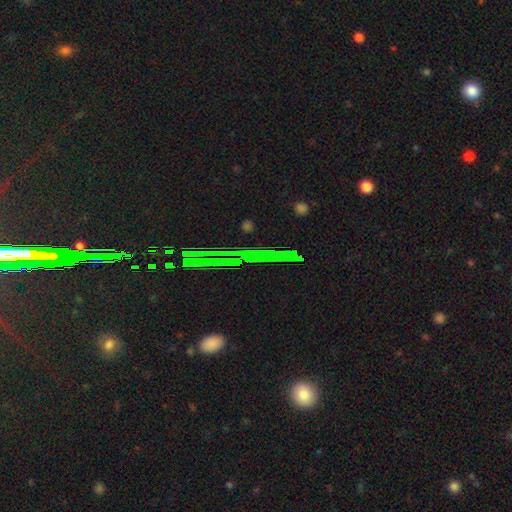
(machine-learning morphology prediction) Smooth or featured: star or artifact — 71% (featured or disk — 15%)